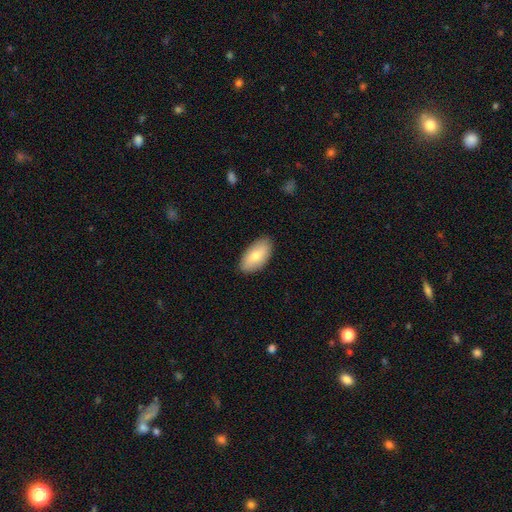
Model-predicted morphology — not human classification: smooth-or-featured: smooth: 72% | featured or disk: 22% | star or artifact: 6%
  how-rounded: in between: 94% | cigar-shaped: 3% | round: 3%
  merging: none: 87% | minor disturbance: 10% | major disturbance: 2% | merger: 1%